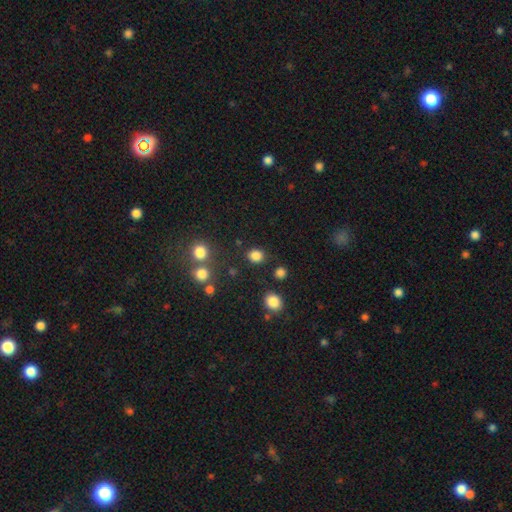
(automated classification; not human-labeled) smooth-or-featured: smooth: 83% | star or artifact: 13% | featured or disk: 4%
  how-rounded: round: 72% | in between: 27% | cigar-shaped: 1%
  merging: none: 83% | minor disturbance: 9% | merger: 4% | major disturbance: 3%